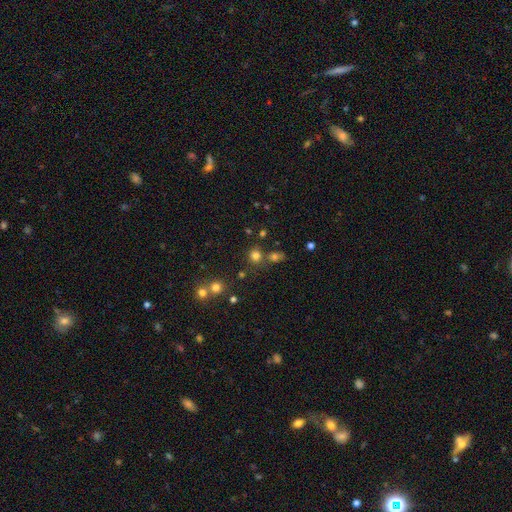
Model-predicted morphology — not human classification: Q: Smooth or featured?
A: smooth (73%); runner-up: star or artifact (21%)
Q: How rounded?
A: round (88%); runner-up: in between (11%)
Q: Merging?
A: none (71%); runner-up: merger (16%)